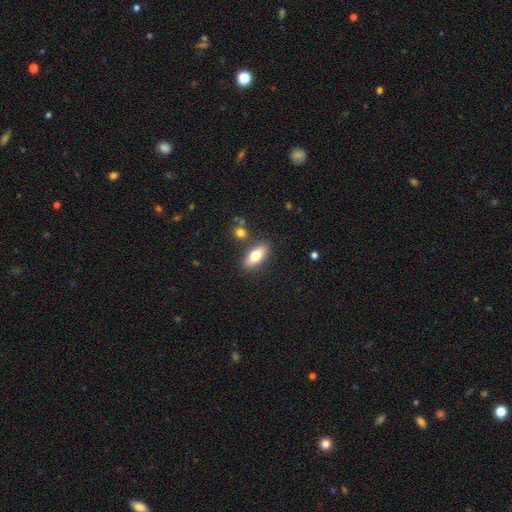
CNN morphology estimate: smooth_or_featured: smooth (p=0.75) [alt: featured or disk p=0.18]
how_rounded: in between (p=0.81) [alt: cigar-shaped p=0.16]
merging: none (p=0.82) [alt: minor disturbance p=0.10]